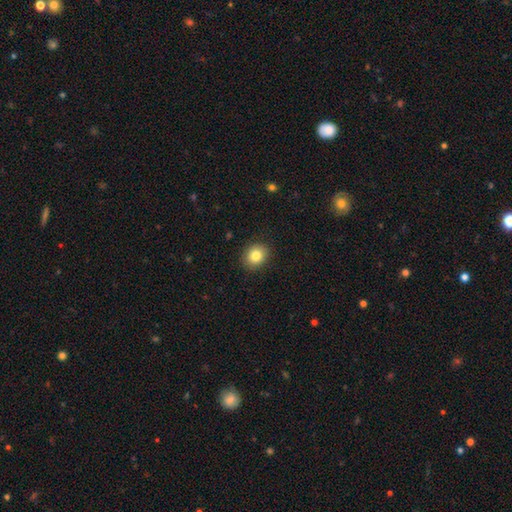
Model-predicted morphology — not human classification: Q: Smooth or featured?
A: smooth (83%); runner-up: star or artifact (9%)
Q: How rounded?
A: round (66%); runner-up: in between (33%)
Q: Merging?
A: none (89%); runner-up: minor disturbance (8%)